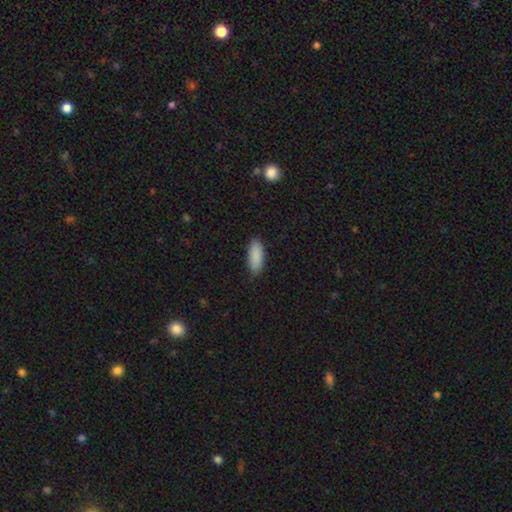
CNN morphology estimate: The model was most divided on "how rounded": in between: 77%, cigar-shaped: 22%, round: 2%. More confident: smooth or featured — smooth (89%); merging — none (86%).